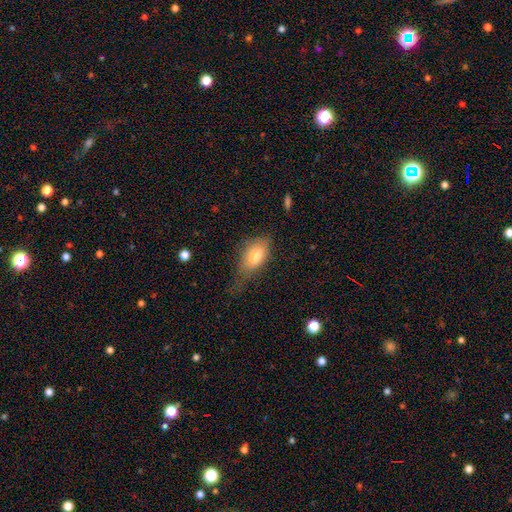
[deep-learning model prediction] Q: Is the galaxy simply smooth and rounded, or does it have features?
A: smooth — 76%.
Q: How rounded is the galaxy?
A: in between — 88%.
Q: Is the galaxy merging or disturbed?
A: none — 37%.